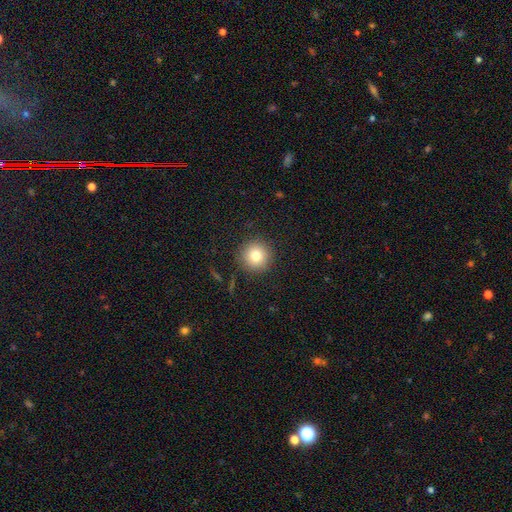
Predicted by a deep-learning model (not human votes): The model was most divided on "smooth or featured": smooth: 79%, star or artifact: 11%, featured or disk: 10%. More confident: how rounded — round (95%); merging — none (90%).